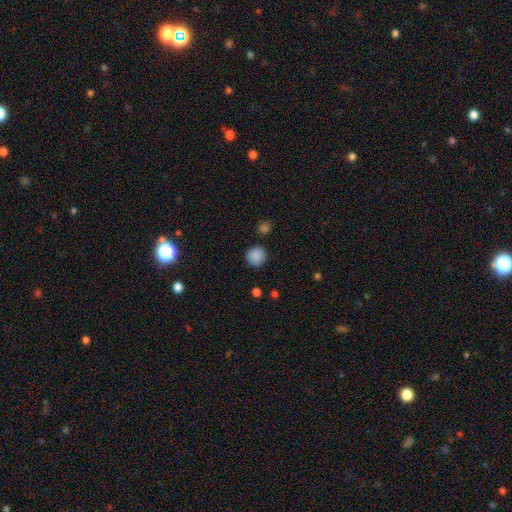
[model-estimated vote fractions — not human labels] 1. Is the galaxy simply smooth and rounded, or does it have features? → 87% smooth, 10% star or artifact, 3% featured or disk.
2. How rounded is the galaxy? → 92% round, 7% in between, 1% cigar-shaped.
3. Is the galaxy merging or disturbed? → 85% none, 9% minor disturbance, 3% merger, 3% major disturbance.